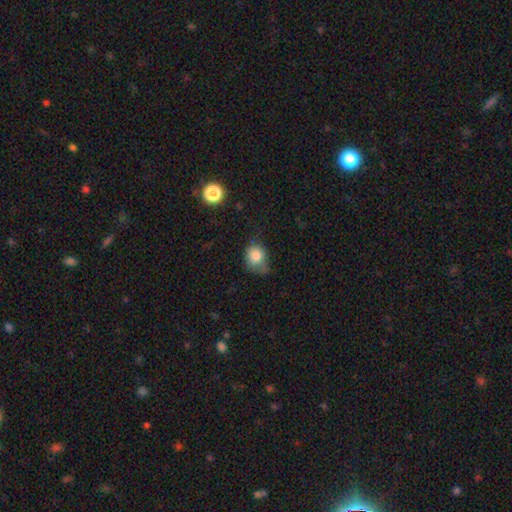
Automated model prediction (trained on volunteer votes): Overall: smooth (81%). How rounded: round (60%; in between 39%). Merging: minor disturbance (40%; none 39%).